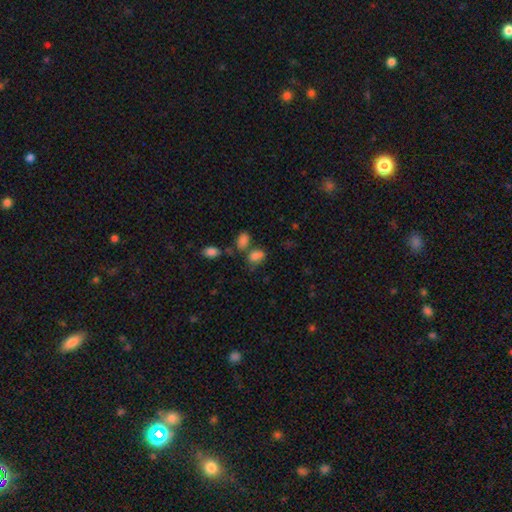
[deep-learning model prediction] Smooth or featured?
  - smooth: 80% *
  - star or artifact: 12%
  - featured or disk: 8%
How rounded?
  - in between: 81% *
  - round: 18%
  - cigar-shaped: 2%
Merging?
  - none: 48% *
  - merger: 26%
  - minor disturbance: 18%
  - major disturbance: 9%